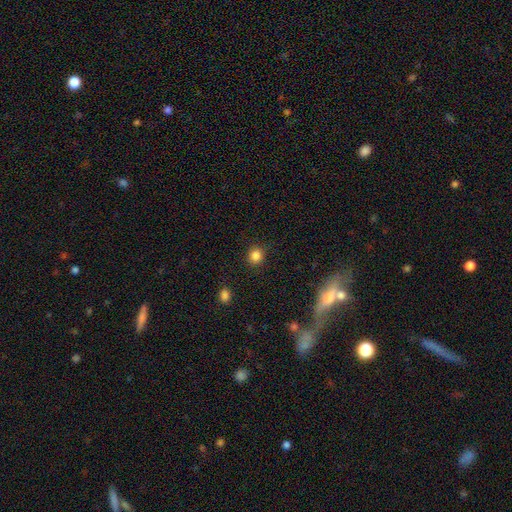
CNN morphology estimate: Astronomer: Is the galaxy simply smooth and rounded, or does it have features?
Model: smooth — 84%.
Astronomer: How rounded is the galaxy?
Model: round — 88%.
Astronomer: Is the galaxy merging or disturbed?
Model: none — 89%.